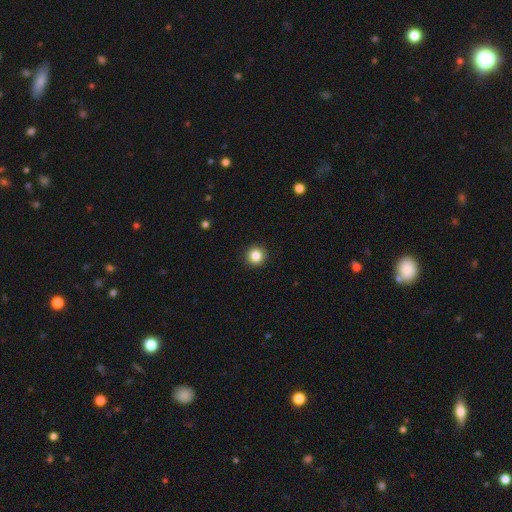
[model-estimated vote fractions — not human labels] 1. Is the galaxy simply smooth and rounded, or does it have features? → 85% smooth, 10% star or artifact, 4% featured or disk.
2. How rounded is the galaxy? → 95% round, 4% in between, 1% cigar-shaped.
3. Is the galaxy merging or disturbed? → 93% none, 5% minor disturbance, 2% major disturbance, 1% merger.